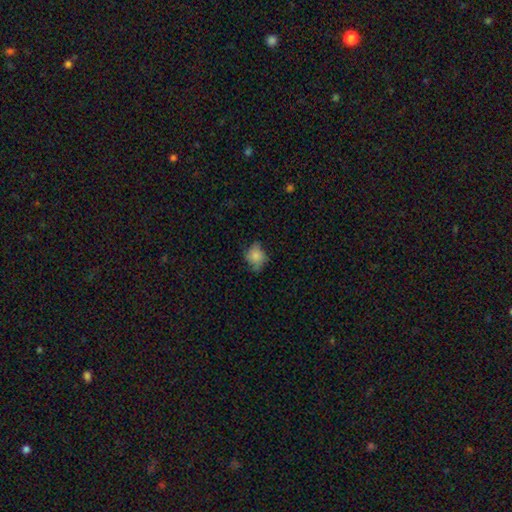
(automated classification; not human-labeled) Smooth or featured?
  - smooth: 74% *
  - featured or disk: 17%
  - star or artifact: 10%
How rounded?
  - round: 50% *
  - in between: 48%
  - cigar-shaped: 1%
Merging?
  - none: 58% *
  - minor disturbance: 30%
  - major disturbance: 11%
  - merger: 1%